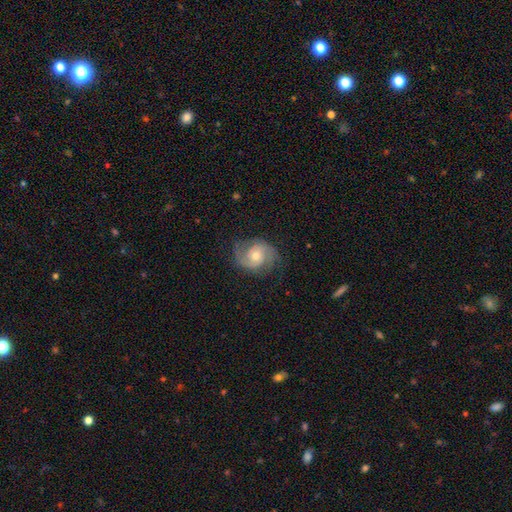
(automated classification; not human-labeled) featured or disk 86%, smooth 9%, star or artifact 6%. Down the decision tree: edge-on disk — no (98%); bar — no (64%); spiral arms — yes (97%); spiral arm count — 2 (82%); spiral winding — medium (48%); bulge size — moderate (61%); merging — none (78%).